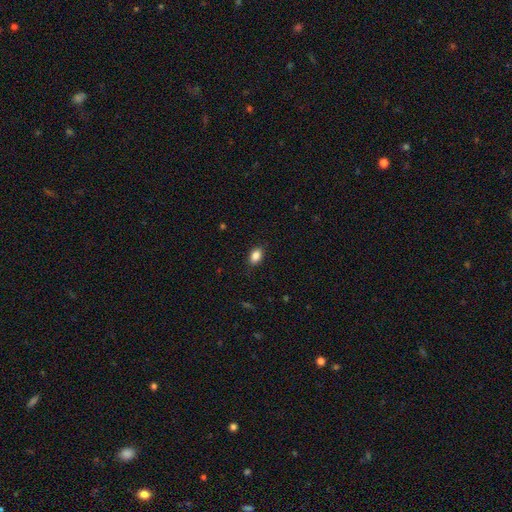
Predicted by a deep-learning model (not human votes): This appears to be a smooth galaxy with no disk features (87%) that is in between round and cigar-shaped (87%). Merging: none (87%).